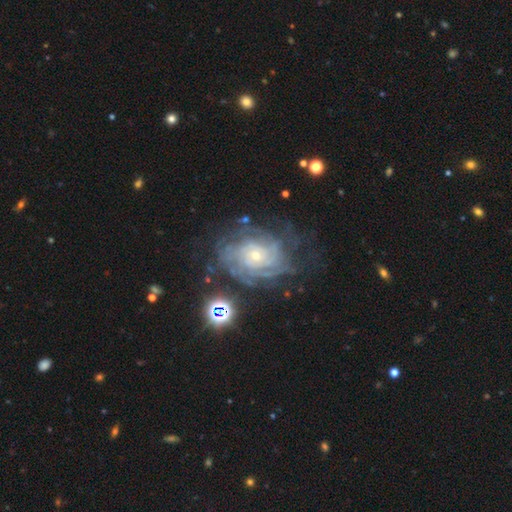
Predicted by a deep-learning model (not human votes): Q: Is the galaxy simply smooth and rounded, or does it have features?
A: featured or disk — 84%.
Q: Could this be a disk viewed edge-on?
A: no — 97%.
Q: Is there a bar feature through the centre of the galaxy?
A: no — 77%.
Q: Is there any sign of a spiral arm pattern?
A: yes — 95%.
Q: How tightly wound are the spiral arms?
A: tight — 72%.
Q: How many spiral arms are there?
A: can't tell — 41%.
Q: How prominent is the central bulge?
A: small — 68%.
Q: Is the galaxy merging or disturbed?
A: none — 62%.